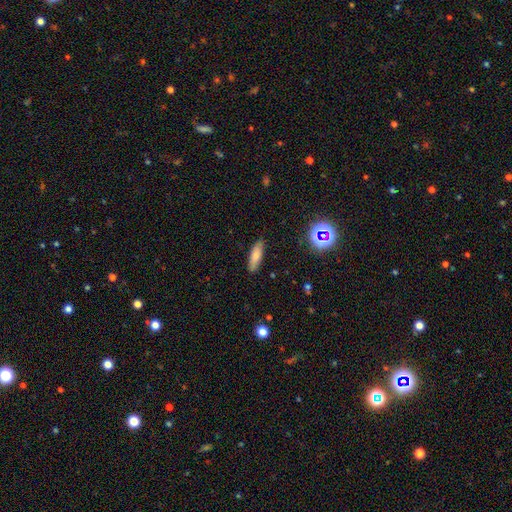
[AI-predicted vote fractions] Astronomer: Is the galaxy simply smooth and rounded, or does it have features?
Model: smooth — 78%.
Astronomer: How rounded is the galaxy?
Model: cigar-shaped — 51% (runner-up: in between, 47%).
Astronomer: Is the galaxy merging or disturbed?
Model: none — 87%.